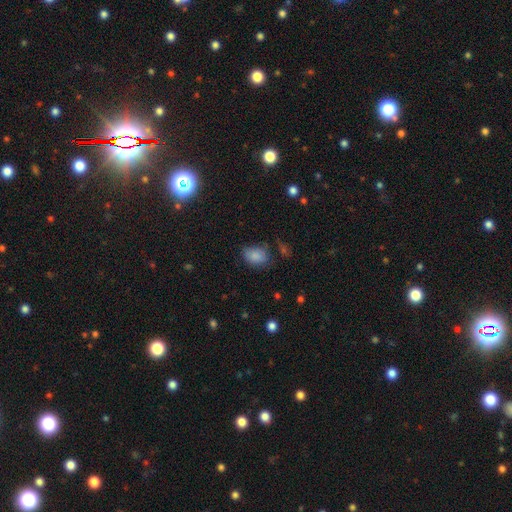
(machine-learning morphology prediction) A smooth galaxy with no disk features (84%) that is in between round and cigar-shaped (80%).

Vote fractions:
- Smooth or featured? smooth: 84% / star or artifact: 10% / featured or disk: 7%
- How rounded? in between: 80% / round: 19% / cigar-shaped: 1%
- Merging? none: 59% / minor disturbance: 29% / major disturbance: 9% / merger: 4%